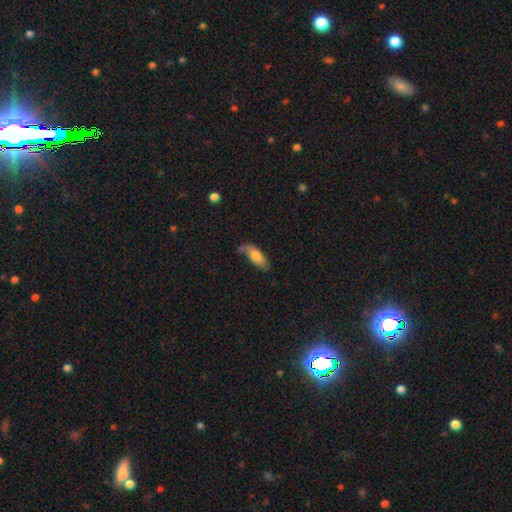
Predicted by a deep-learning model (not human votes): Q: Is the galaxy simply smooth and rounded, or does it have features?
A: smooth — 75%.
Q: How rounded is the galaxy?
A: in between — 76%.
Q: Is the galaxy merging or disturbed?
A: none — 60%.